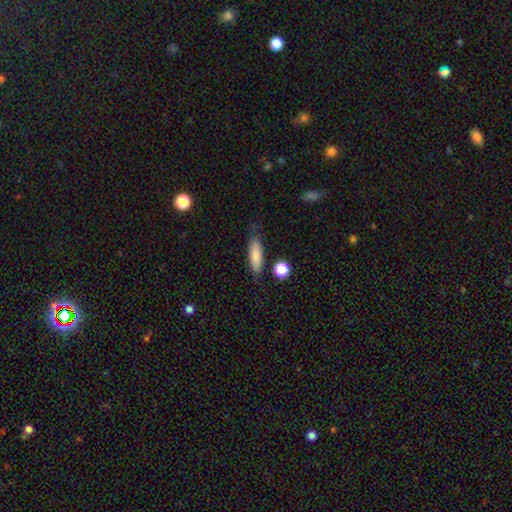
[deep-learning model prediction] smooth_or_featured: smooth (p=0.83) [alt: featured or disk p=0.10]
how_rounded: in between (p=0.52) [alt: cigar-shaped p=0.45]
merging: none (p=0.75) [alt: minor disturbance p=0.17]